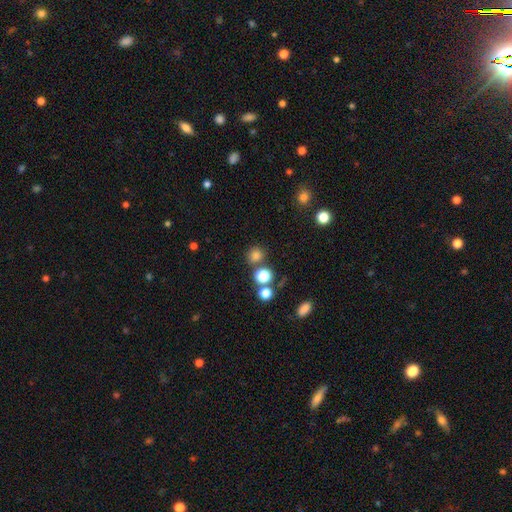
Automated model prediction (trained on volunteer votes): smooth 76%, star or artifact 18%, featured or disk 6%. Down the decision tree: how rounded — round (89%); merging — none (76%).